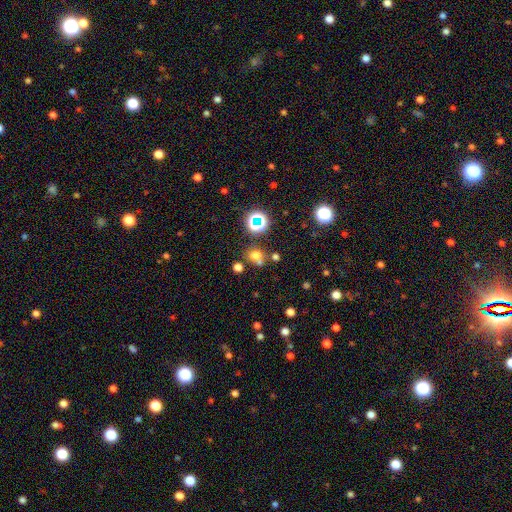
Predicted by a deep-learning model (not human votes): smooth_or_featured: smooth (p=0.64) [alt: star or artifact p=0.27]
how_rounded: round (p=0.78) [alt: in between p=0.21]
merging: none (p=0.64) [alt: merger p=0.23]